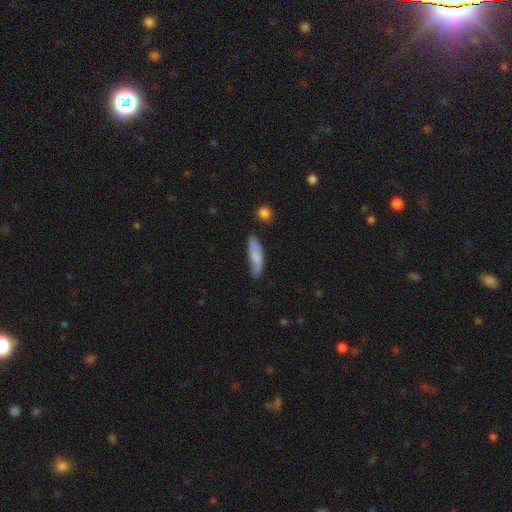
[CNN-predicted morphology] Smooth or featured? Predicted: smooth (p=0.74). How rounded? Predicted: cigar-shaped (p=0.61). Merging? Predicted: none (p=0.64).